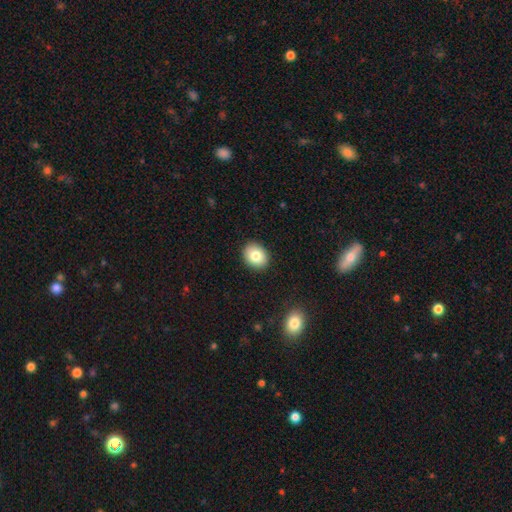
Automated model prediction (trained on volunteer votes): smooth 82%, featured or disk 9%, star or artifact 9%. Down the decision tree: how rounded — in between (51%); merging — none (90%).